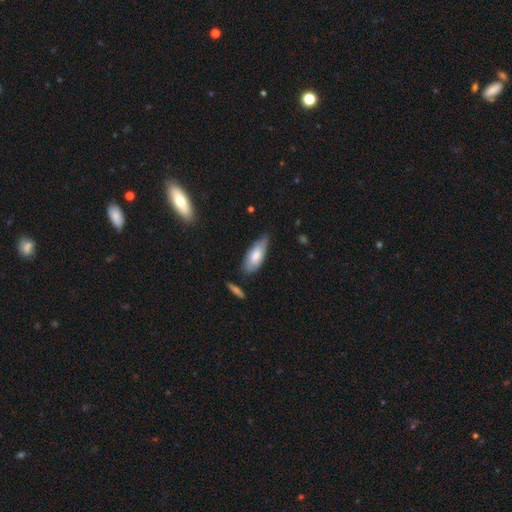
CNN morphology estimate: smooth_or_featured: smooth (p=0.71) [alt: featured or disk p=0.23]
how_rounded: in between (p=0.80) [alt: cigar-shaped p=0.18]
merging: none (p=0.57) [alt: minor disturbance p=0.33]